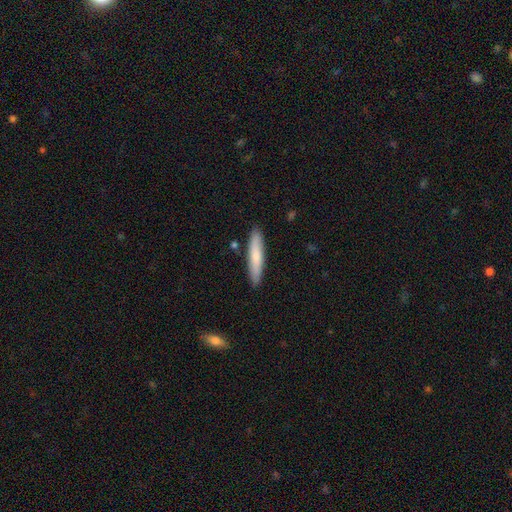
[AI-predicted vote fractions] Smooth or featured? smooth (75%)
How rounded? cigar-shaped (89%)
Merging? none (87%)